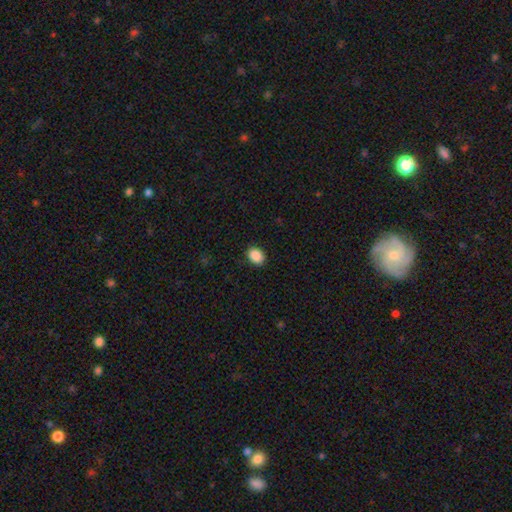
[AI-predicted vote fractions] smooth 90%, star or artifact 8%, featured or disk 2%. Down the decision tree: how rounded — in between (69%); merging — none (88%).